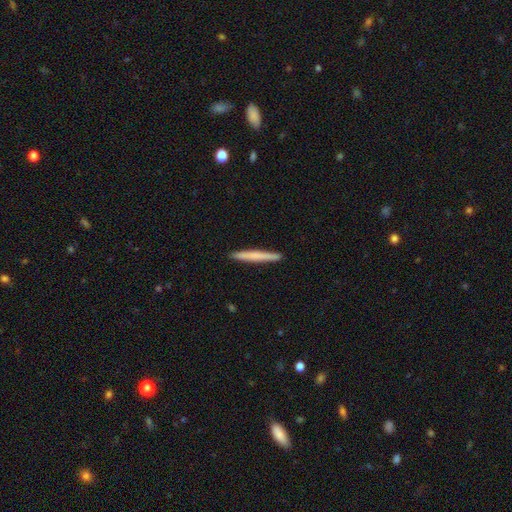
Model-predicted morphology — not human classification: smooth 65%, featured or disk 29%, star or artifact 5%. Down the decision tree: how rounded — cigar-shaped (97%); merging — none (92%).